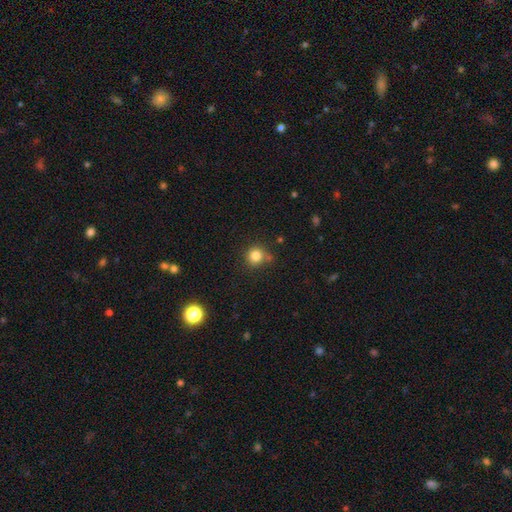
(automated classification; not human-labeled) Smooth or featured: smooth — 82% (star or artifact — 12%)
How rounded: round — 90% (in between — 9%)
Merging: none — 75% (minor disturbance — 13%)